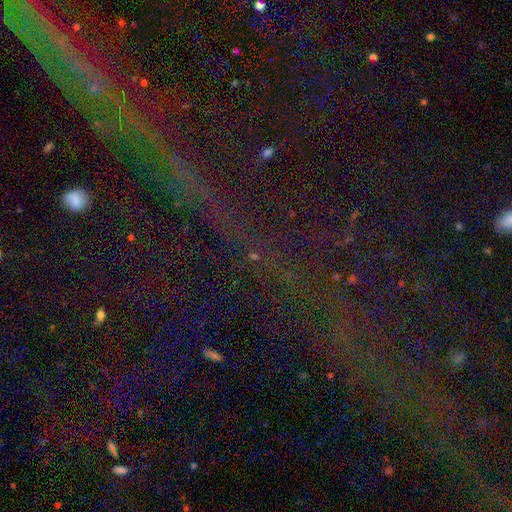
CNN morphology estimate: Overall: star or artifact (78%).